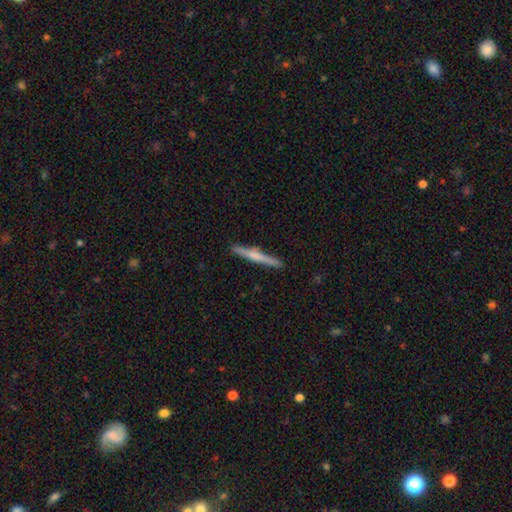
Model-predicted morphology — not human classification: featured or disk 51%, smooth 44%, star or artifact 6%. Down the decision tree: edge-on disk — yes (97%); merging — none (91%).